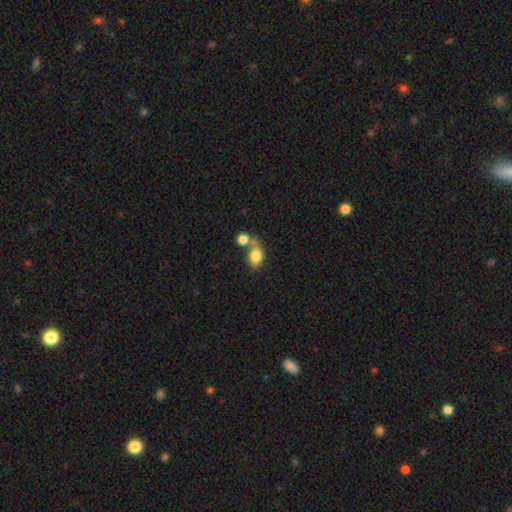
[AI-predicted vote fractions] smooth_or_featured: smooth (p=0.81) [alt: featured or disk p=0.10]
how_rounded: in between (p=0.65) [alt: round p=0.34]
merging: merger (p=0.45) [alt: none p=0.36]